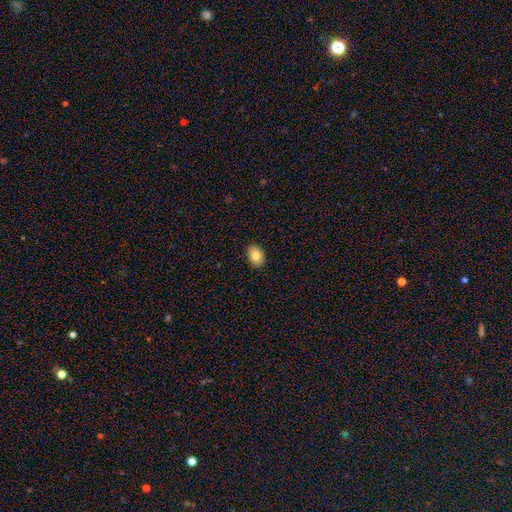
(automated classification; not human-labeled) Smooth or featured? Predicted: smooth (p=0.82). How rounded? Predicted: in between (p=0.76). Merging? Predicted: none (p=0.89).